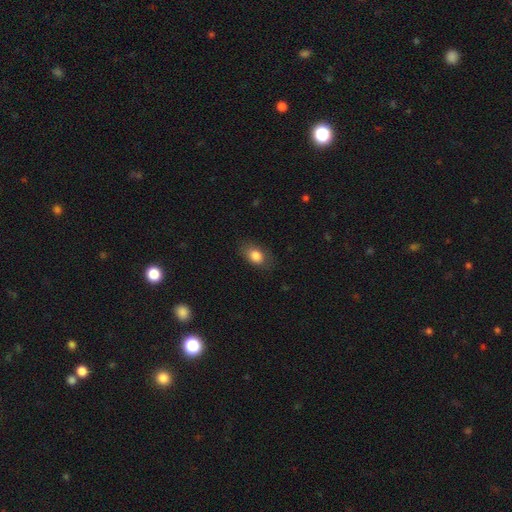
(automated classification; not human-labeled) Smooth or featured?
  - smooth: 82% *
  - featured or disk: 9%
  - star or artifact: 8%
How rounded?
  - in between: 82% *
  - round: 16%
  - cigar-shaped: 2%
Merging?
  - none: 78% *
  - minor disturbance: 16%
  - major disturbance: 5%
  - merger: 1%